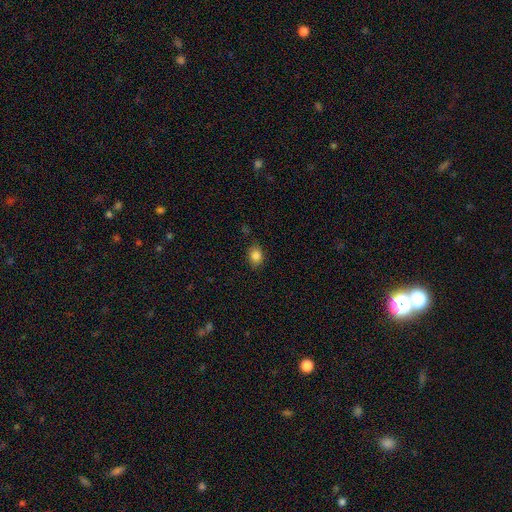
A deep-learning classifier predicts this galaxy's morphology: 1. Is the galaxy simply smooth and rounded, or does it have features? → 85% smooth, 10% star or artifact, 5% featured or disk.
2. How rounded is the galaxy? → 55% in between, 44% round, 1% cigar-shaped.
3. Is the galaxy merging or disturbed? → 82% none, 14% minor disturbance, 3% major disturbance, 2% merger.